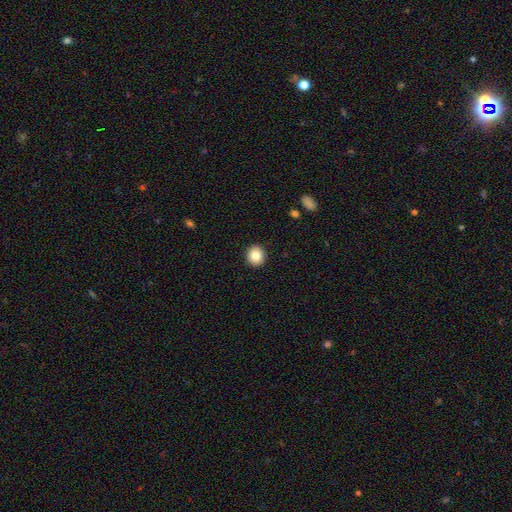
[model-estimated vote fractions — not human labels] The model was most divided on "smooth or featured": smooth: 84%, star or artifact: 9%, featured or disk: 7%. More confident: merging — none (92%); how rounded — round (87%).